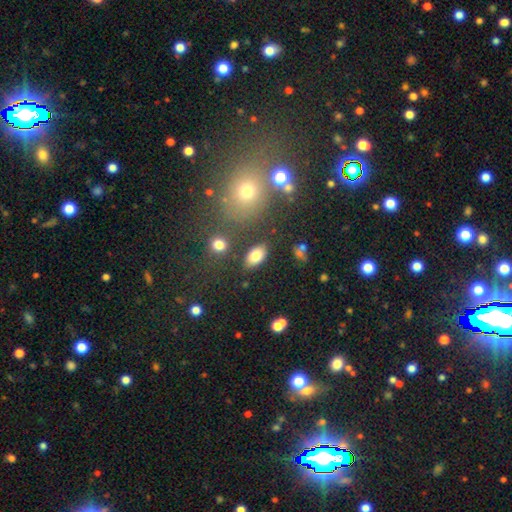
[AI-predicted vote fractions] Smooth or featured? smooth (80%)
How rounded? in between (91%)
Merging? none (83%)